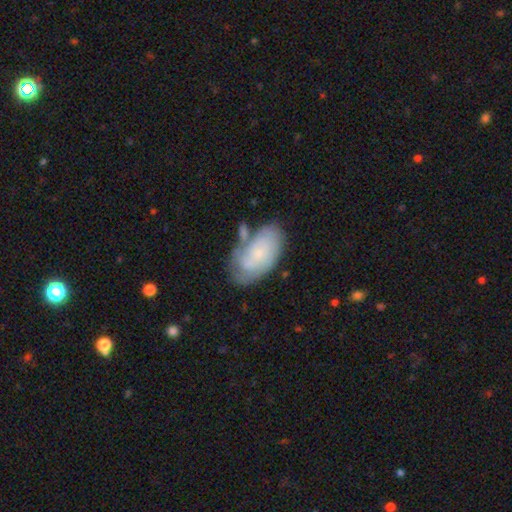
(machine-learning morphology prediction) Smooth or featured? Predicted: featured or disk (p=0.51). Edge-on disk? Predicted: no (p=0.94). Merging? Predicted: none (p=0.66).